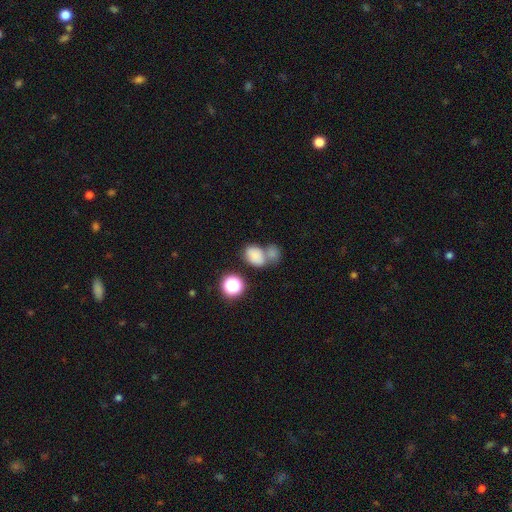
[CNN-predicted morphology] The model was most divided on "merging": merger: 49%, none: 34%, minor disturbance: 11%, major disturbance: 6%. More confident: smooth or featured — smooth (78%); how rounded — in between (71%).